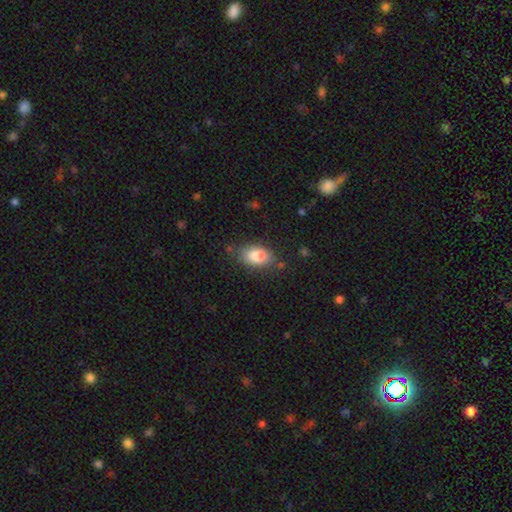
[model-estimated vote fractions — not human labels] Smooth or featured? Predicted: smooth (p=0.84). How rounded? Predicted: in between (p=0.91). Merging? Predicted: none (p=0.73).